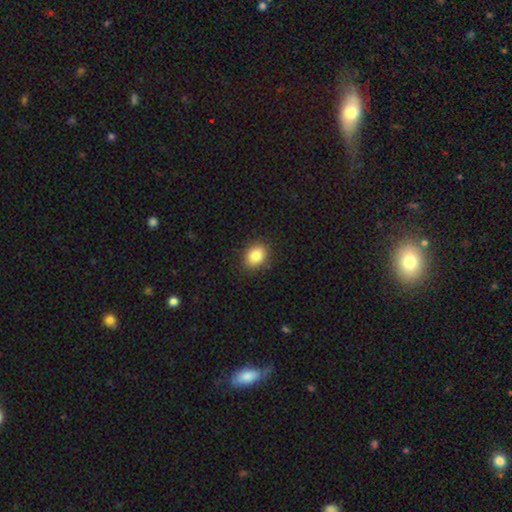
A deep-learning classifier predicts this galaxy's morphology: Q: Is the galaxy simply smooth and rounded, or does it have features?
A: smooth — 85%.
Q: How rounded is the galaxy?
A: in between — 61%.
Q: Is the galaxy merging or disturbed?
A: none — 86%.